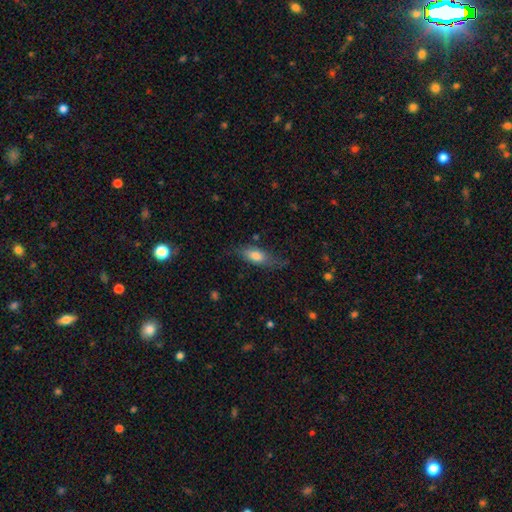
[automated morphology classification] This is likely a smooth galaxy (71%). How rounded: likely in between (73%). Merging: likely none (62%).